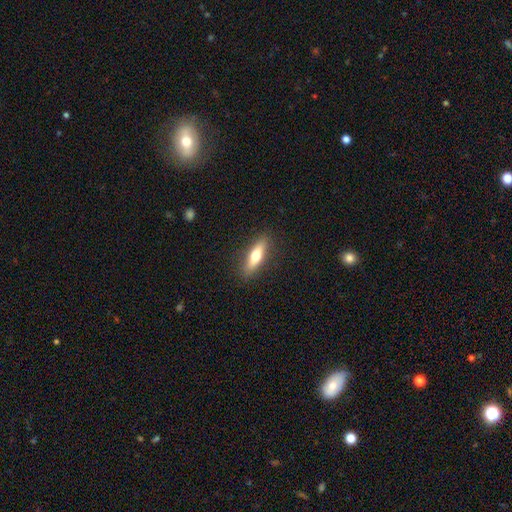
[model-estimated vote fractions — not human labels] Overall: smooth (59%; featured or disk 35%). How rounded: cigar-shaped (64%; in between 34%). Merging: none (88%).